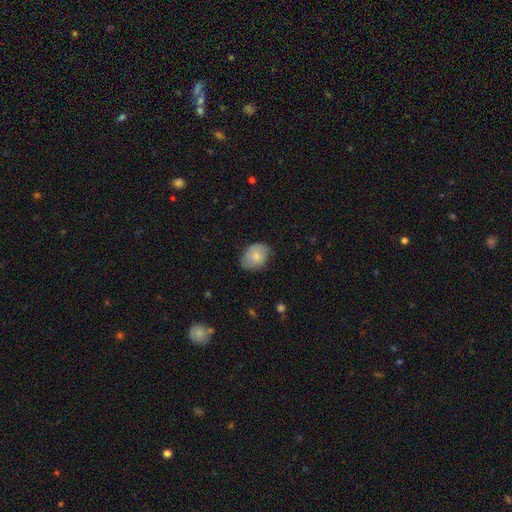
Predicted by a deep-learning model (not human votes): The model was most divided on "how rounded": in between: 70%, round: 29%, cigar-shaped: 1%. More confident: smooth or featured — smooth (77%); merging — none (68%).